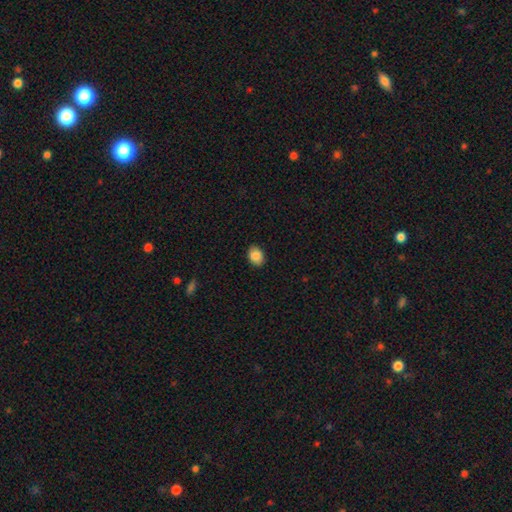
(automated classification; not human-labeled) Smooth or featured? smooth (86%)
How rounded? in between (68%)
Merging? none (88%)